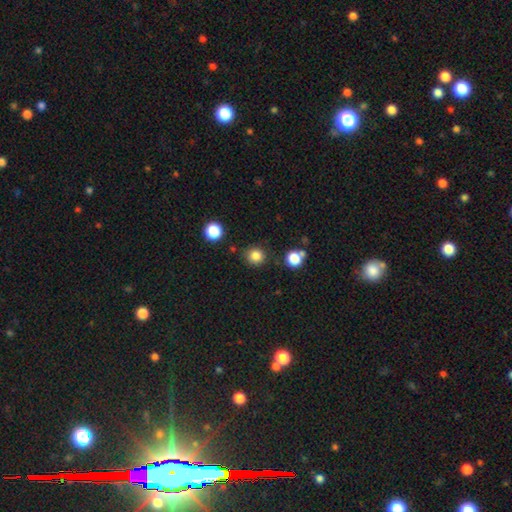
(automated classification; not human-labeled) The model was most divided on "smooth or featured": smooth: 83%, star or artifact: 13%, featured or disk: 4%. More confident: how rounded — round (91%); merging — none (86%).